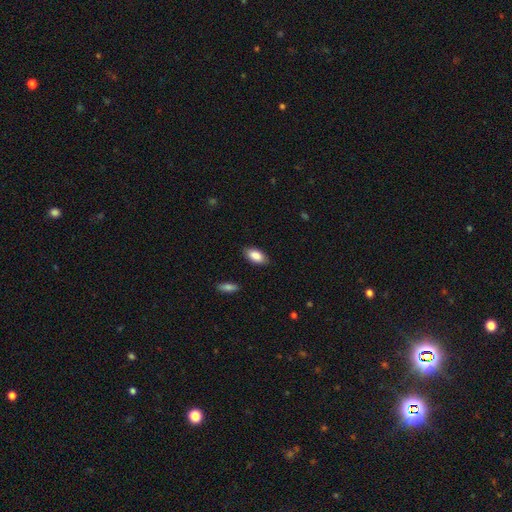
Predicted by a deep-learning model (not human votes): smooth 87%, featured or disk 7%, star or artifact 6%. Down the decision tree: how rounded — in between (92%); merging — none (87%).